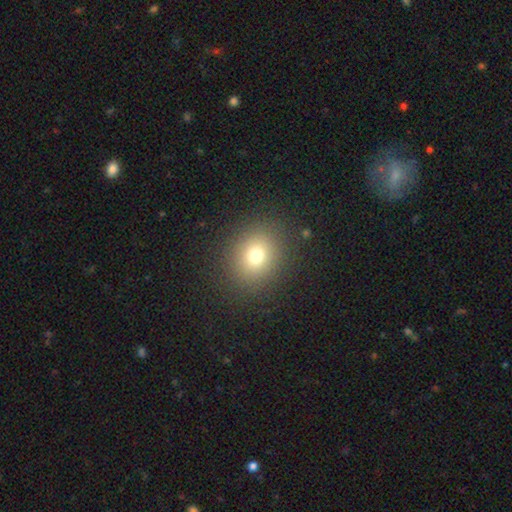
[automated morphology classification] Smooth or featured? Predicted: smooth (p=0.74). How rounded? Predicted: round (p=0.75). Merging? Predicted: none (p=0.88).